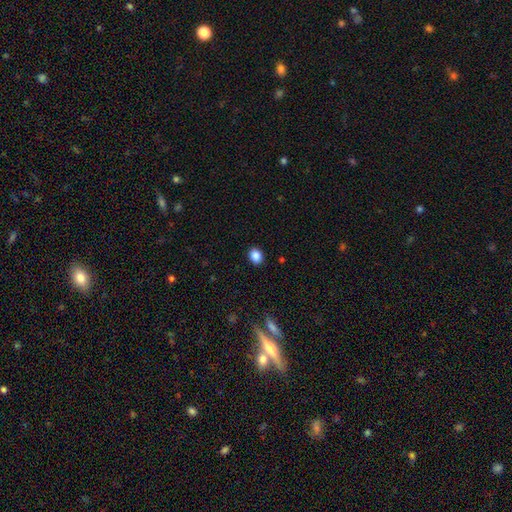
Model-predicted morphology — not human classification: Overall: smooth (87%). How rounded: round (51%; in between 48%). Merging: none (90%).